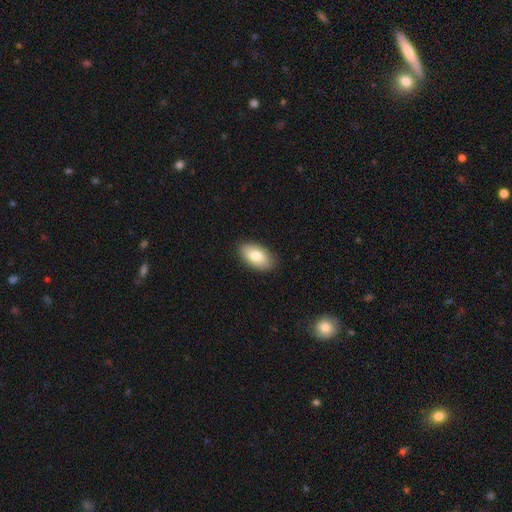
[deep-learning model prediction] Smooth or featured: smooth — 80% (featured or disk — 13%)
How rounded: in between — 94% (round — 4%)
Merging: none — 88% (minor disturbance — 9%)